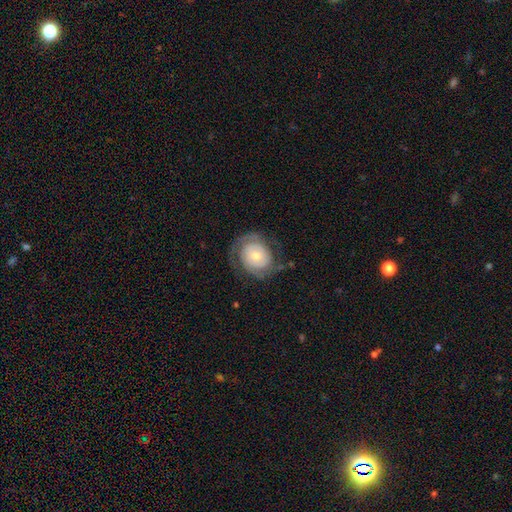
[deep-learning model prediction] A featured or disk galaxy (74%) with no bar (77%), 2 (68%) tight (58%) spiral arms (88%) and a moderate central bulge (48%). Merging: none (67%).